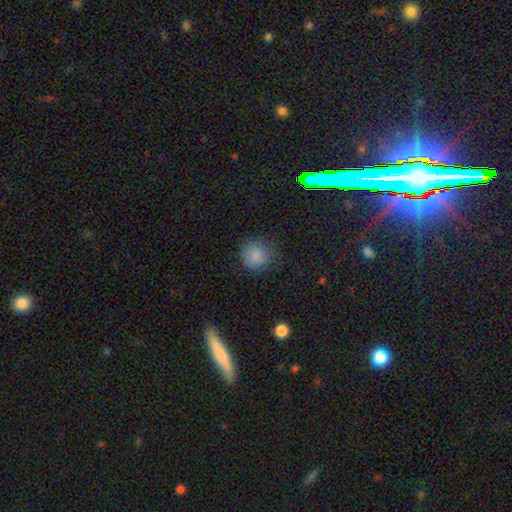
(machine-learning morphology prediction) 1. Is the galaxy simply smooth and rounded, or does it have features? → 84% smooth, 11% star or artifact, 5% featured or disk.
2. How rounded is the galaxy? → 92% round, 8% in between, 1% cigar-shaped.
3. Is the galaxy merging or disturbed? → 80% none, 14% minor disturbance, 5% major disturbance, 1% merger.